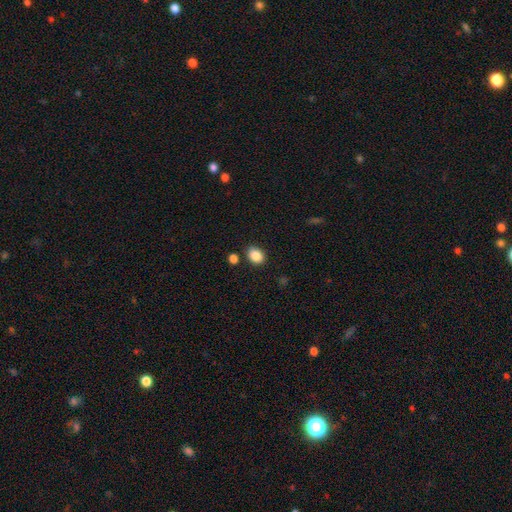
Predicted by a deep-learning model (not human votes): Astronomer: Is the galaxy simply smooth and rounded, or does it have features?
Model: smooth — 87%.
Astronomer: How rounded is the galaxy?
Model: in between — 63%.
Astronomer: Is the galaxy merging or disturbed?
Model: none — 80%.